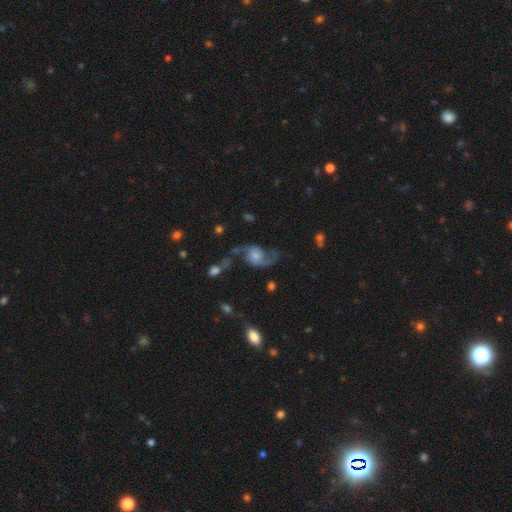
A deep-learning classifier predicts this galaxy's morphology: The model was most divided on "bulge size": moderate: 33%, small: 24%, large: 22%, none: 16%, dominant: 5%. More confident: edge-on disk — no (97%); spiral arms — yes (96%); spiral arm count — 2 (92%); smooth or featured — featured or disk (85%); spiral winding — loose (71%); bar — no (64%); merging — none (59%).